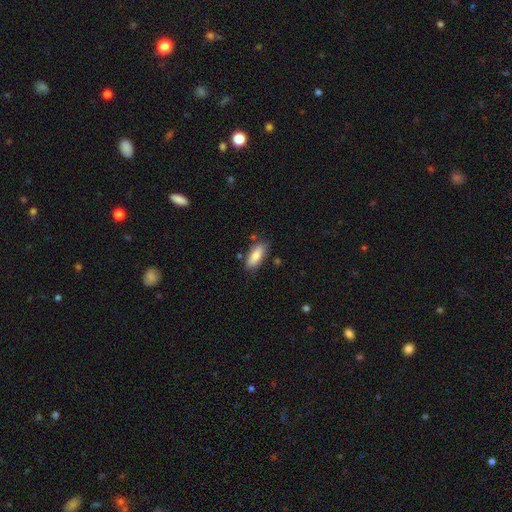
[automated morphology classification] smooth-or-featured: smooth: 80% | featured or disk: 13% | star or artifact: 7%
  how-rounded: in between: 74% | cigar-shaped: 24% | round: 2%
  merging: none: 79% | minor disturbance: 15% | merger: 3% | major disturbance: 3%